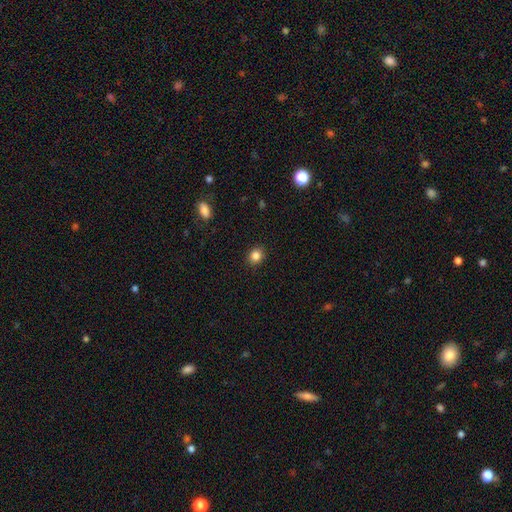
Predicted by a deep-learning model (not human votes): Morphology: type=smooth (85%); roundness=round (70%); merging=none (90%).